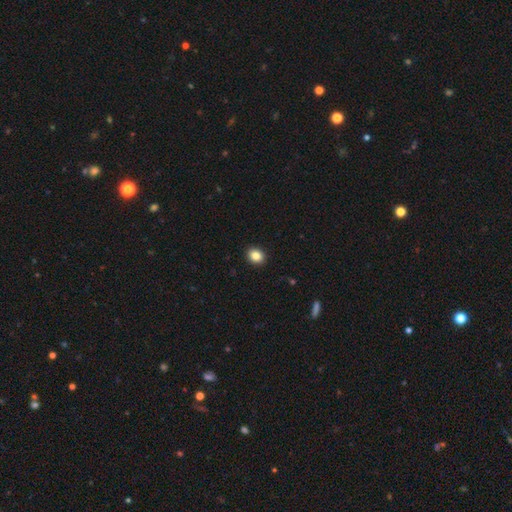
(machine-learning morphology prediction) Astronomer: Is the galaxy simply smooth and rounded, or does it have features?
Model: smooth — 86%.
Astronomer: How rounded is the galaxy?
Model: round — 60% (runner-up: in between, 39%).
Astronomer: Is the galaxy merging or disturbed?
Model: none — 92%.